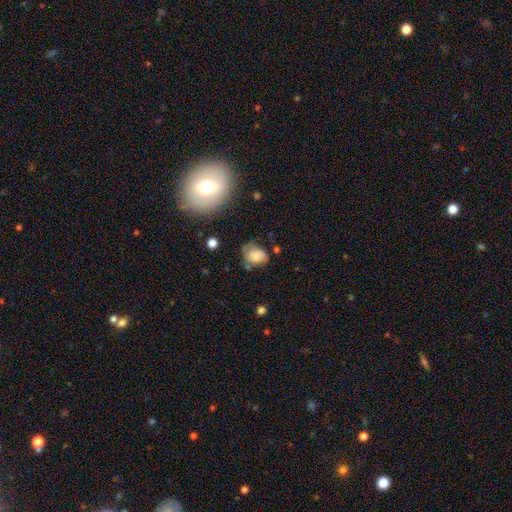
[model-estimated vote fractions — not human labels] This appears to be a smooth galaxy with no disk features (64%) that is in between round and cigar-shaped (59%). Merging: none (47%).